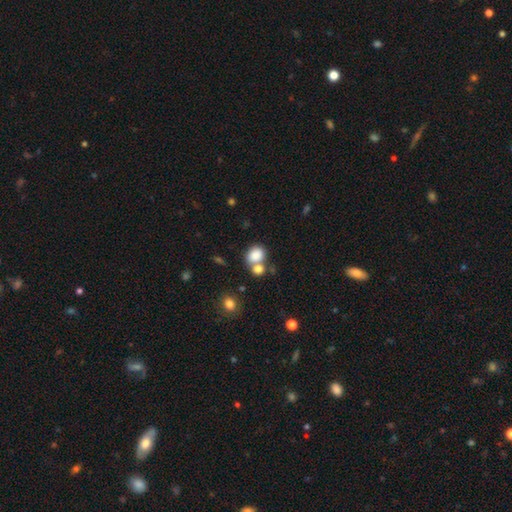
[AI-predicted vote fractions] Q: Smooth or featured?
A: smooth (83%); runner-up: star or artifact (10%)
Q: How rounded?
A: round (58%); runner-up: in between (41%)
Q: Merging?
A: none (46%); runner-up: merger (39%)